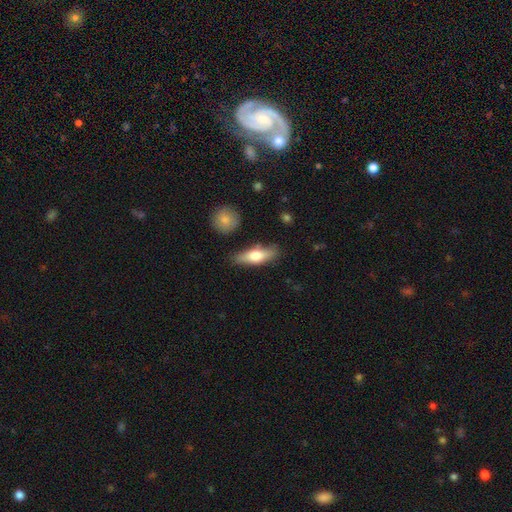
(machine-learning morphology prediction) This appears to be a smooth galaxy with no disk features (64%) that is in between round and cigar-shaped (54%). Merging: none (78%).